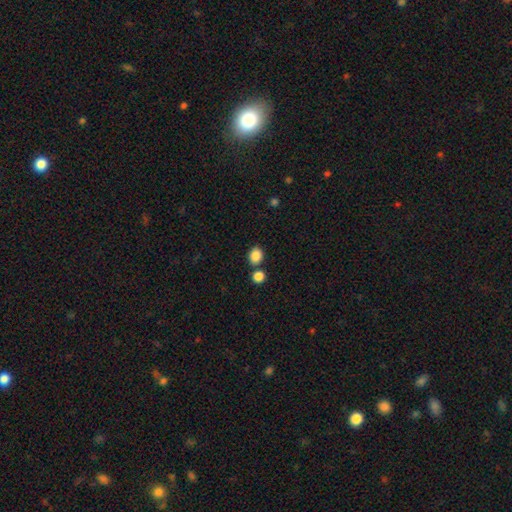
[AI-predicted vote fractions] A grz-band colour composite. It shows a smooth galaxy with no disk features (87%) that is round (57%). Merging: none (71%).